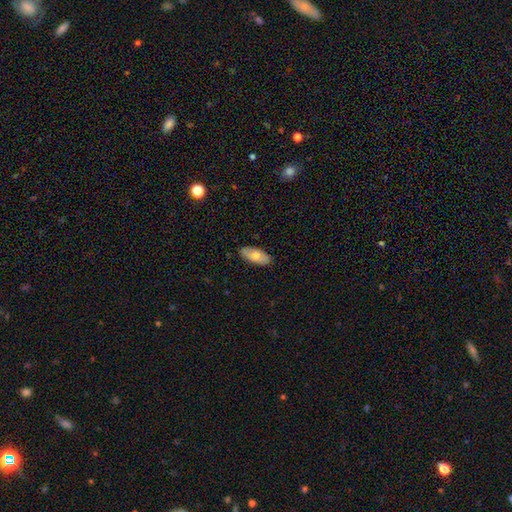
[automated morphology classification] Smooth or featured: smooth — 74% (featured or disk — 20%)
How rounded: in between — 87% (cigar-shaped — 11%)
Merging: none — 86% (minor disturbance — 11%)